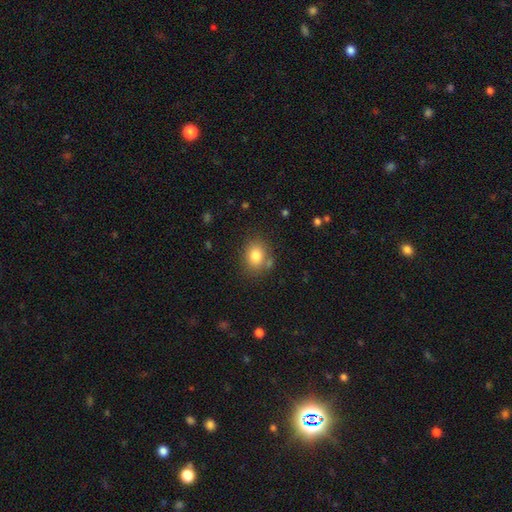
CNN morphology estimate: The model was most divided on "how rounded": round: 52%, in between: 47%, cigar-shaped: 1%. More confident: smooth or featured — smooth (82%); merging — none (76%).